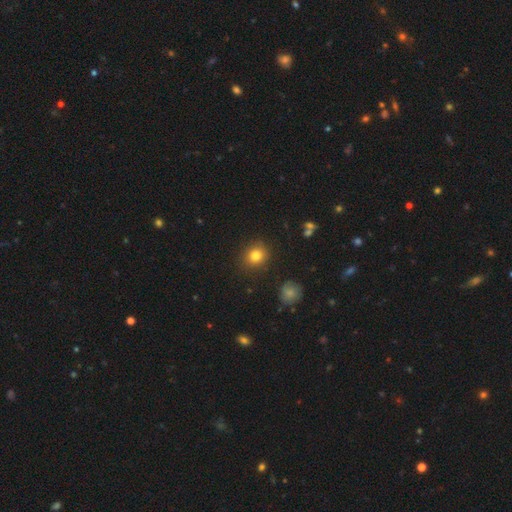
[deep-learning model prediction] Smooth or featured? smooth (81%)
How rounded? round (82%)
Merging? none (87%)